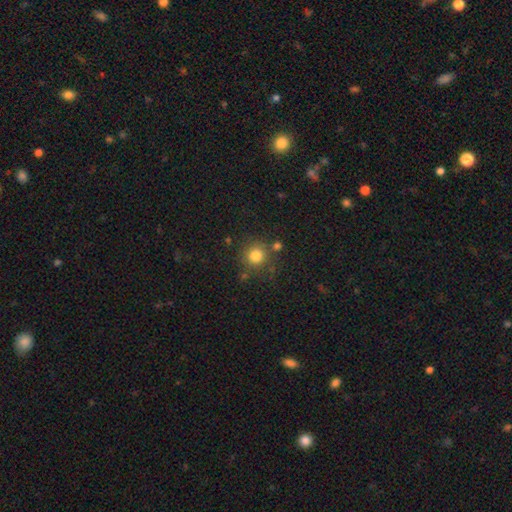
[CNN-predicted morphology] smooth_or_featured: smooth (p=0.80) [alt: star or artifact p=0.13]
how_rounded: round (p=0.92) [alt: in between p=0.07]
merging: none (p=0.80) [alt: minor disturbance p=0.09]